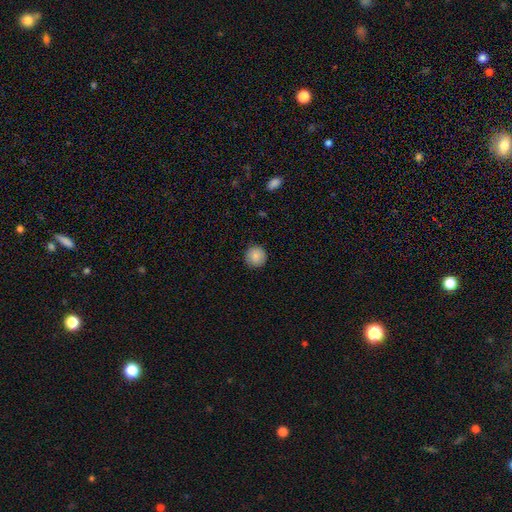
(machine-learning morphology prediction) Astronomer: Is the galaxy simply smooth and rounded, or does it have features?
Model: smooth — 88%.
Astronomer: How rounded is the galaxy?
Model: round — 95%.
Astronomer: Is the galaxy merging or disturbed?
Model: none — 91%.